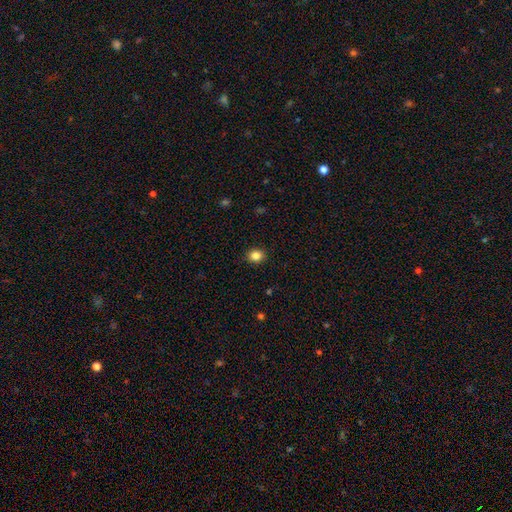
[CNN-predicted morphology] A smooth galaxy with no disk features (85%) that is round (73%).

Vote fractions:
- Smooth or featured? smooth: 85% / star or artifact: 11% / featured or disk: 4%
- How rounded? round: 73% / in between: 26% / cigar-shaped: 1%
- Merging? none: 91% / minor disturbance: 6% / major disturbance: 2% / merger: 1%